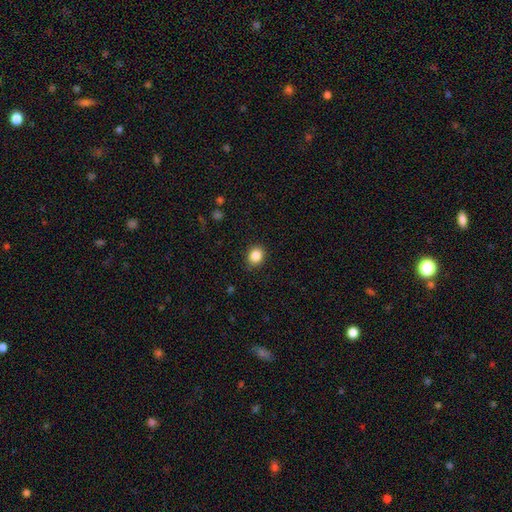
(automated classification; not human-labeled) Smooth or featured? Predicted: smooth (p=0.86). How rounded? Predicted: round (p=0.69). Merging? Predicted: none (p=0.88).